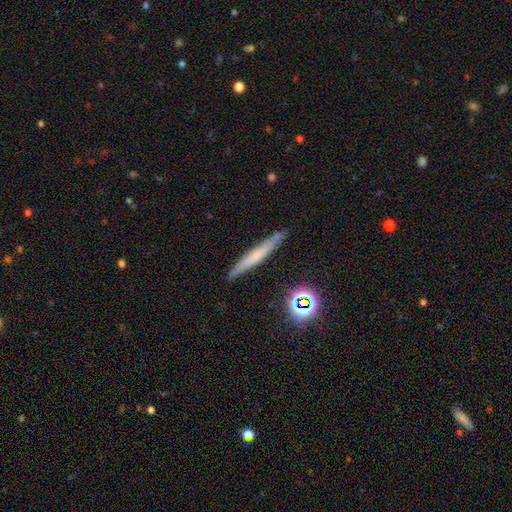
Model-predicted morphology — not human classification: Smooth or featured: smooth — 46% (featured or disk — 43%)
Merging: none — 86% (minor disturbance — 10%)